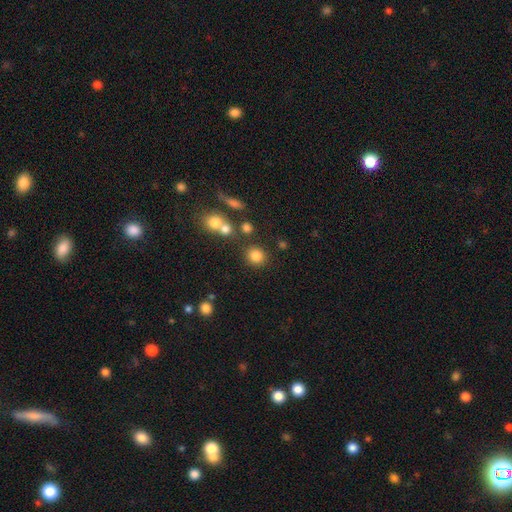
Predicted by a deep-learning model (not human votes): Morphology: type=smooth (82%); roundness=round (86%); merging=none (79%).